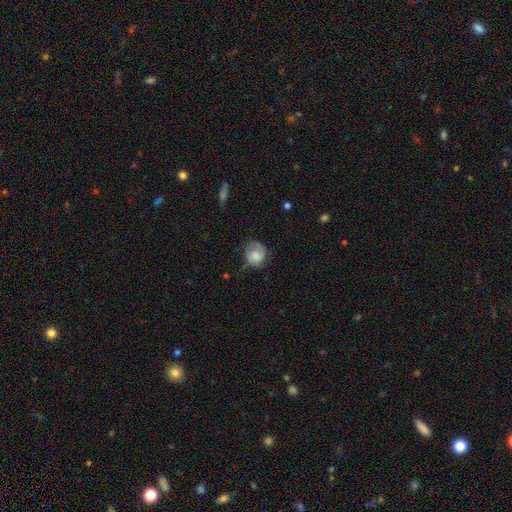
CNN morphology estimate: smooth-or-featured: smooth: 58% | featured or disk: 34% | star or artifact: 8%
  how-rounded: round: 72% | in between: 27% | cigar-shaped: 1%
  merging: none: 53% | minor disturbance: 30% | major disturbance: 16% | merger: 2%